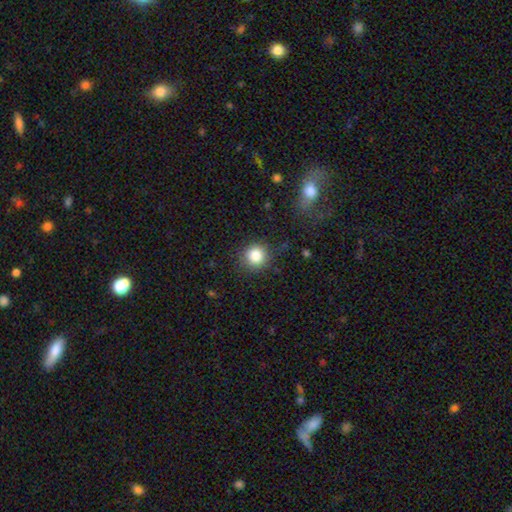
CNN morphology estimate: Smooth or featured? Predicted: smooth (p=0.83). How rounded? Predicted: round (p=0.91). Merging? Predicted: none (p=0.85).